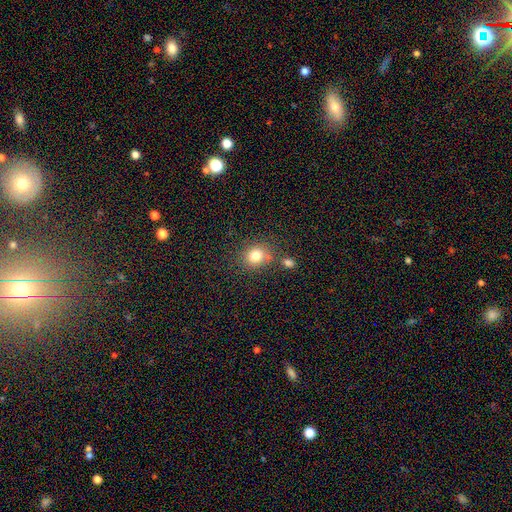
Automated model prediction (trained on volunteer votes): Smooth or featured: smooth — 81% (star or artifact — 11%)
How rounded: round — 67% (in between — 32%)
Merging: none — 68% (merger — 14%)